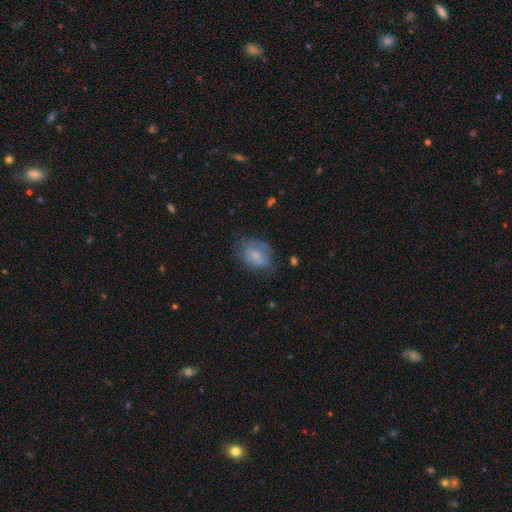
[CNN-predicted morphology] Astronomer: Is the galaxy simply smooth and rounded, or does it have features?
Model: smooth — 67%.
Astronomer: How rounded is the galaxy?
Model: in between — 71%.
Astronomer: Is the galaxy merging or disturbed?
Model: none — 56%.